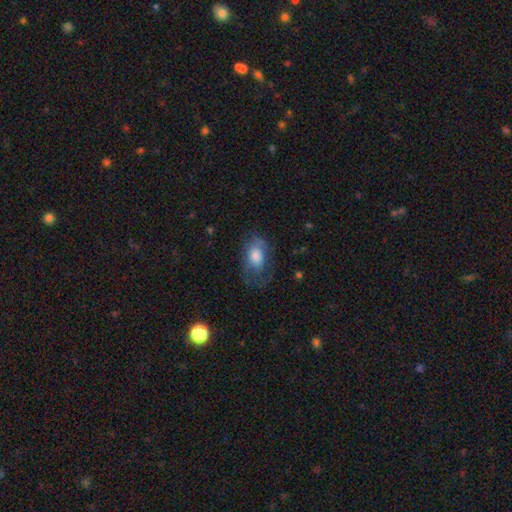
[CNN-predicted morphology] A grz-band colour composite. It shows a smooth galaxy with no disk features (66%) that is in between round and cigar-shaped (86%). Merging: none (47%).